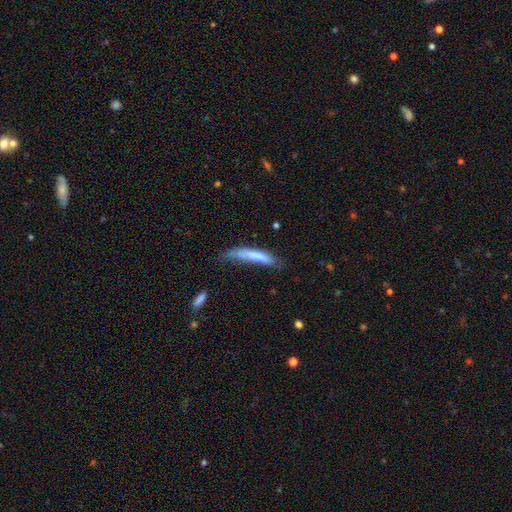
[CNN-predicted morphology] This appears to be a smooth galaxy with no disk features (71%) that is cigar-shaped (86%). Merging: none (37%).